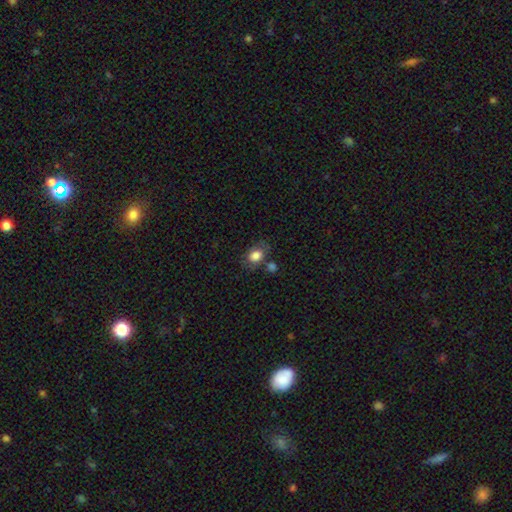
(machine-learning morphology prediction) This is likely a smooth galaxy (80%). How rounded: likely in between (69%). Merging: likely none (61%).